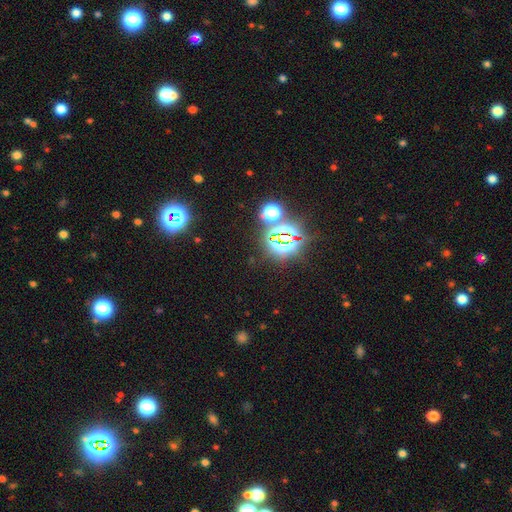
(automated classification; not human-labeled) Morphology: type=star or artifact (77%).